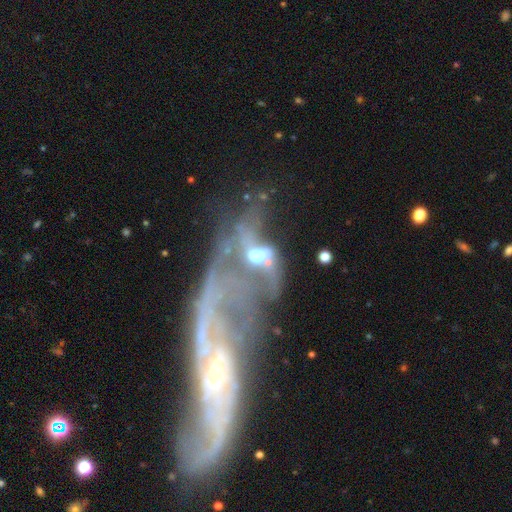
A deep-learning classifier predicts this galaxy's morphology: Smooth or featured: featured or disk — 63% (smooth — 20%)
Edge-on disk: no — 92% (yes — 8%)
Bar: no — 66% (weak — 21%)
Spiral arms: no — 56% (yes — 44%)
Bulge size: moderate — 53% (small — 20%)
Merging: merger — 47% (major disturbance — 34%)